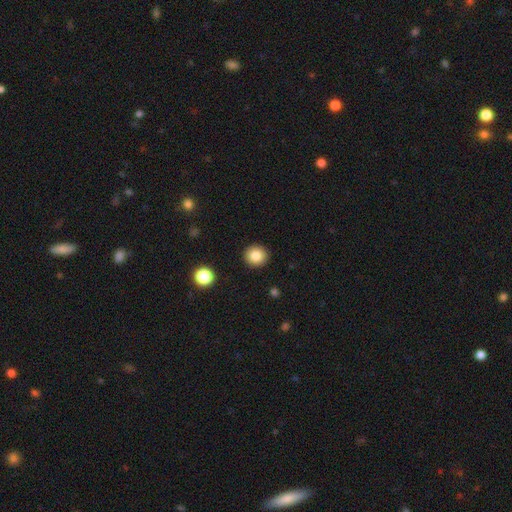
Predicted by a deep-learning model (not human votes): smooth 84%, star or artifact 10%, featured or disk 6%. Down the decision tree: how rounded — round (90%); merging — none (92%).